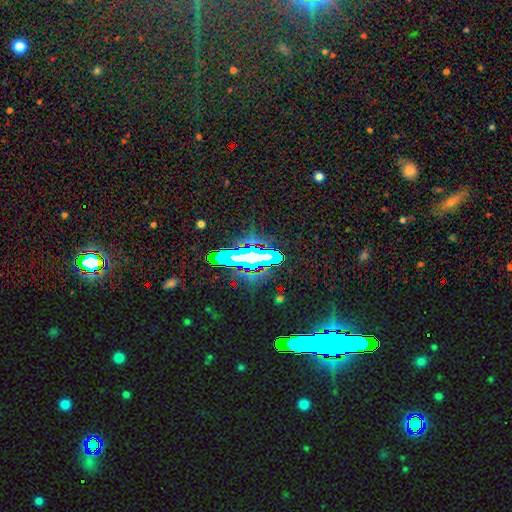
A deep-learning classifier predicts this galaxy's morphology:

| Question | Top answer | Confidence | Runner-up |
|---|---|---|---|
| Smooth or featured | star or artifact | 63% | smooth (20%) |